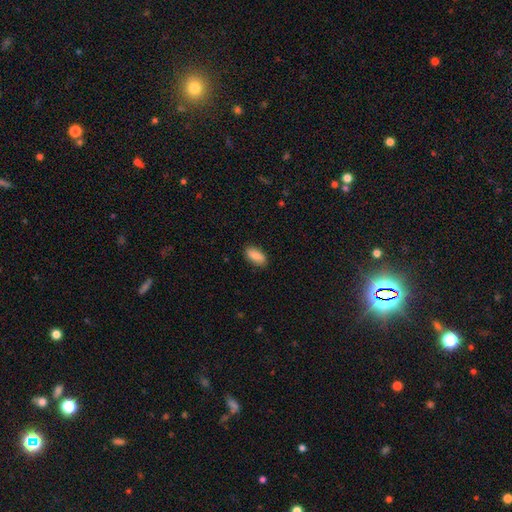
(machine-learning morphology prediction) smooth 87%, featured or disk 7%, star or artifact 6%. Down the decision tree: how rounded — in between (92%); merging — none (87%).